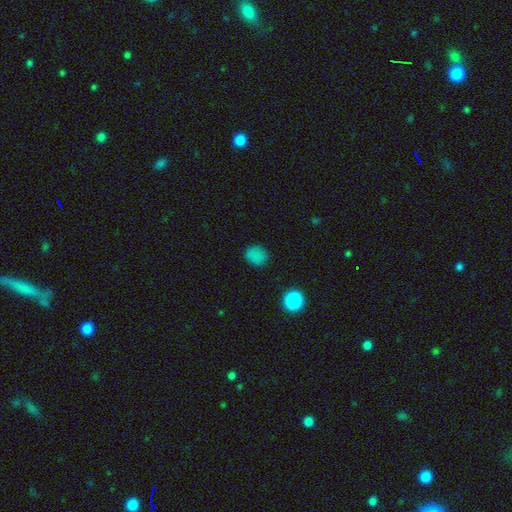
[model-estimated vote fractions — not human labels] smooth-or-featured: smooth: 79% | star or artifact: 17% | featured or disk: 4%
  how-rounded: round: 73% | in between: 26% | cigar-shaped: 1%
  merging: none: 85% | minor disturbance: 10% | major disturbance: 3% | merger: 2%